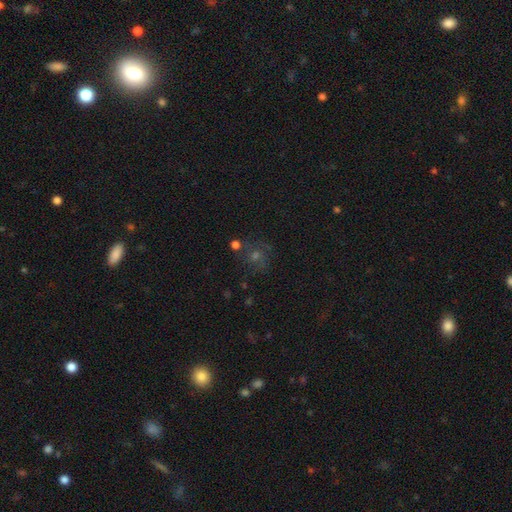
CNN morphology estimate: The model was most divided on "smooth or featured": star or artifact: 36%, smooth: 33%, featured or disk: 31%.